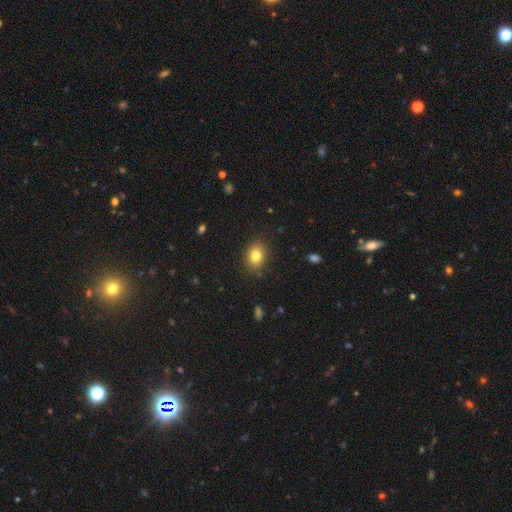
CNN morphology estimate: smooth-or-featured: smooth: 81% | star or artifact: 11% | featured or disk: 9%
  how-rounded: in between: 59% | round: 40% | cigar-shaped: 1%
  merging: none: 85% | minor disturbance: 11% | major disturbance: 3% | merger: 1%